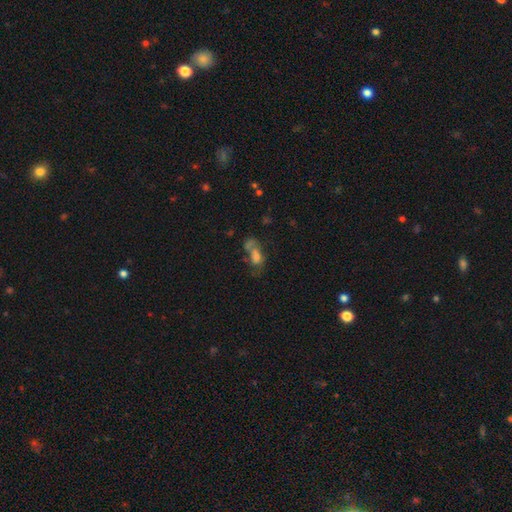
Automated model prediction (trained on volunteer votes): Smooth or featured?
  - smooth: 45% *
  - featured or disk: 31%
  - star or artifact: 24%
Merging?
  - merger: 35% *
  - none: 30%
  - major disturbance: 20%
  - minor disturbance: 14%